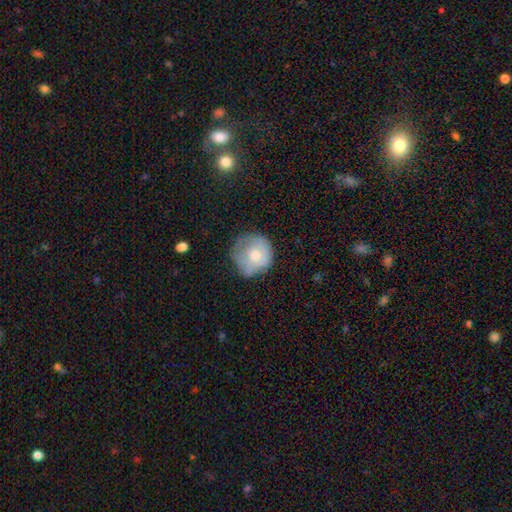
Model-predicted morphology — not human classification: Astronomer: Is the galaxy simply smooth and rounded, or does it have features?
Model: smooth — 64%.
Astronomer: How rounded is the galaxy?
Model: round — 88%.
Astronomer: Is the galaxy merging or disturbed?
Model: none — 52% (runner-up: minor disturbance, 32%).